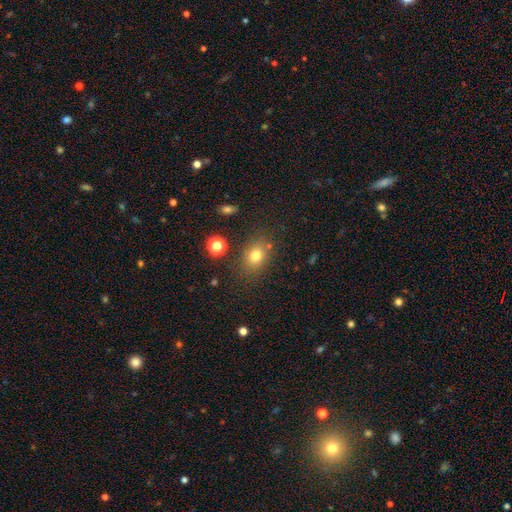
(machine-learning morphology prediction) Smooth or featured: smooth — 76% (star or artifact — 14%)
How rounded: in between — 61% (round — 38%)
Merging: none — 78% (minor disturbance — 13%)